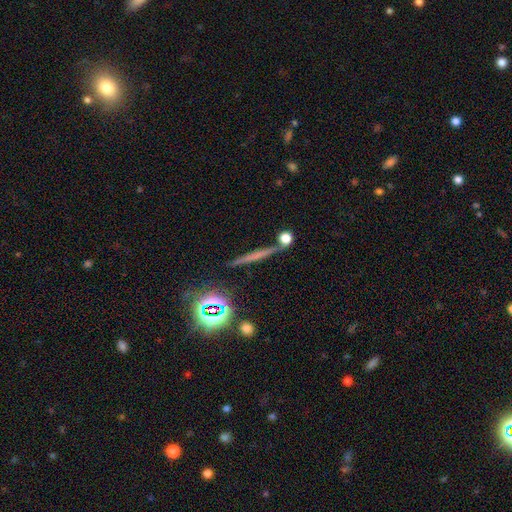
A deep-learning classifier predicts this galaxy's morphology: Q: Smooth or featured?
A: featured or disk (39%); runner-up: smooth (38%)
Q: Merging?
A: none (82%); runner-up: minor disturbance (9%)